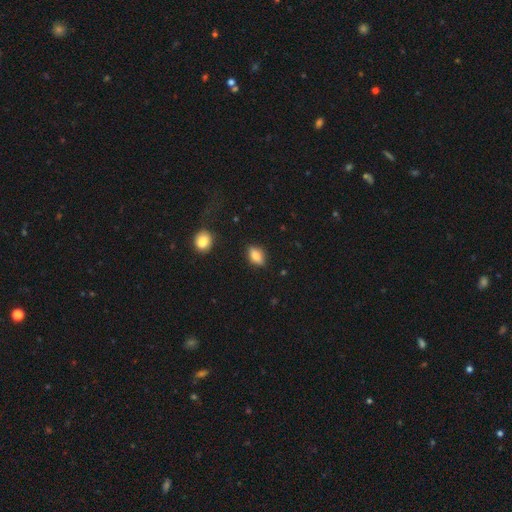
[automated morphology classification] smooth 74%, featured or disk 17%, star or artifact 9%. Down the decision tree: how rounded — in between (80%); merging — none (82%).